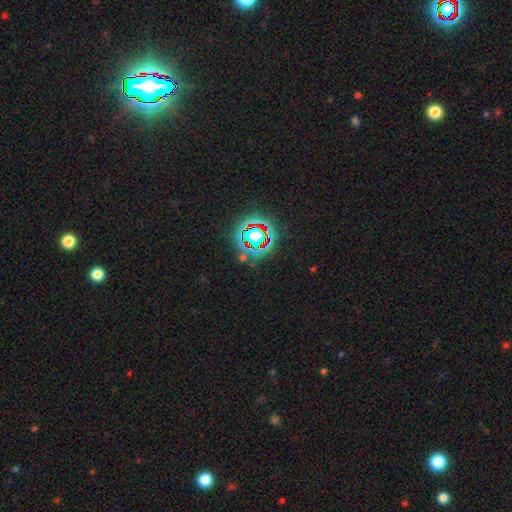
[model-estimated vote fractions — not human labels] A star or artifact, not a galaxy (79%).

Vote fractions:
- Smooth or featured? star or artifact: 79% / smooth: 11% / featured or disk: 9%